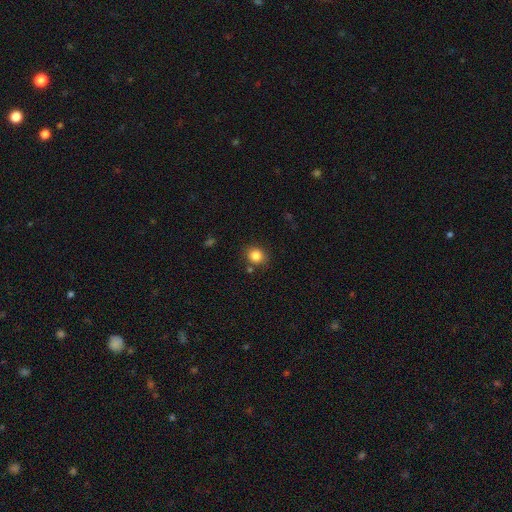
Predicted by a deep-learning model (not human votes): Overall: smooth (84%). How rounded: round (79%). Merging: none (80%).